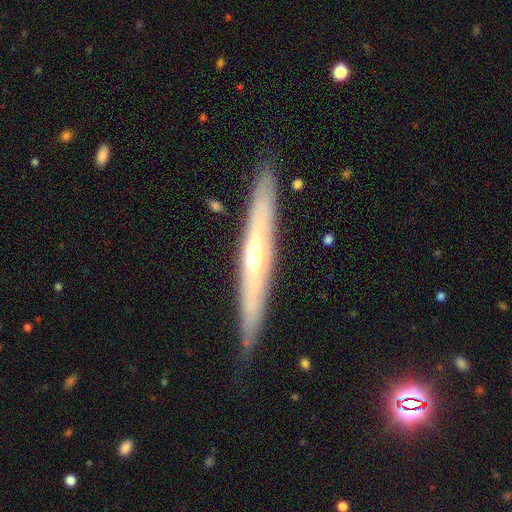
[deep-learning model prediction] Q: Smooth or featured?
A: featured or disk (65%); runner-up: smooth (28%)
Q: Edge-on disk?
A: yes (89%); runner-up: no (11%)
Q: Edge-on bulge?
A: rounded (66%); runner-up: none (30%)
Q: Merging?
A: none (85%); runner-up: minor disturbance (12%)